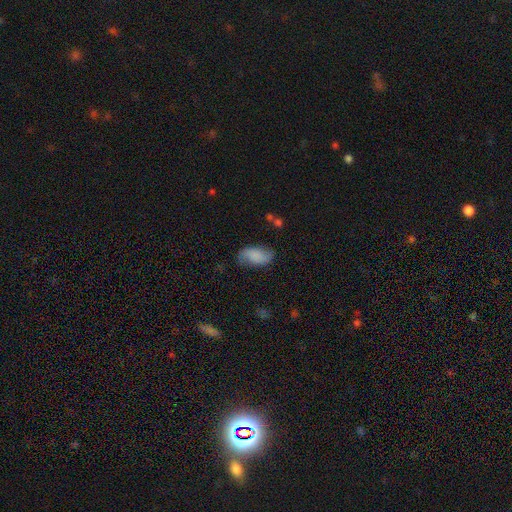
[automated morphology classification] A smooth galaxy with no disk features (60%) that is in between round and cigar-shaped (93%).

Vote fractions:
- Smooth or featured? smooth: 60% / featured or disk: 32% / star or artifact: 8%
- How rounded? in between: 93% / round: 4% / cigar-shaped: 3%
- Merging? none: 67% / minor disturbance: 23% / major disturbance: 8% / merger: 2%